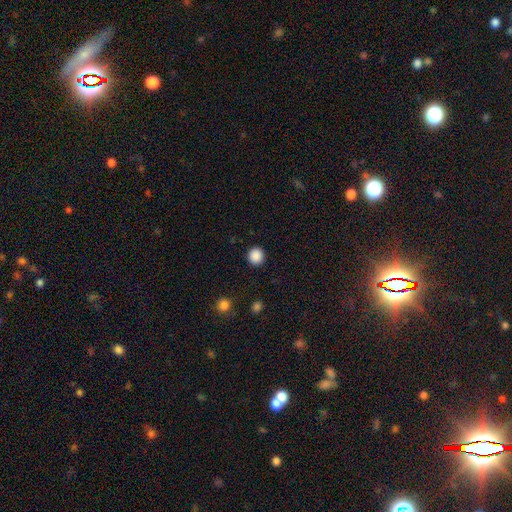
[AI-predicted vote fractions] Morphology: type=smooth (88%); roundness=round (93%); merging=none (92%).